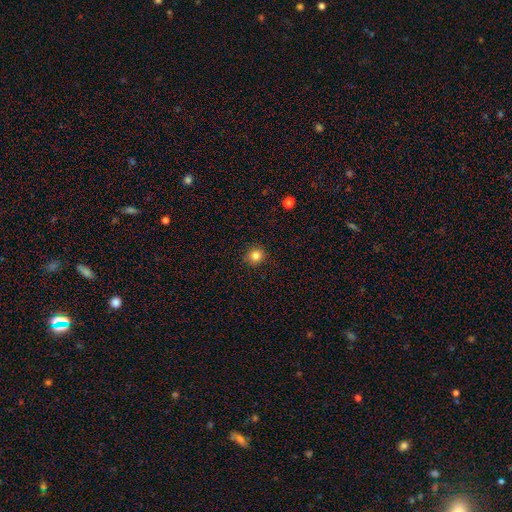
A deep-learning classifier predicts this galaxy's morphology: Q: Smooth or featured?
A: smooth (83%); runner-up: star or artifact (12%)
Q: How rounded?
A: round (91%); runner-up: in between (8%)
Q: Merging?
A: none (90%); runner-up: minor disturbance (7%)